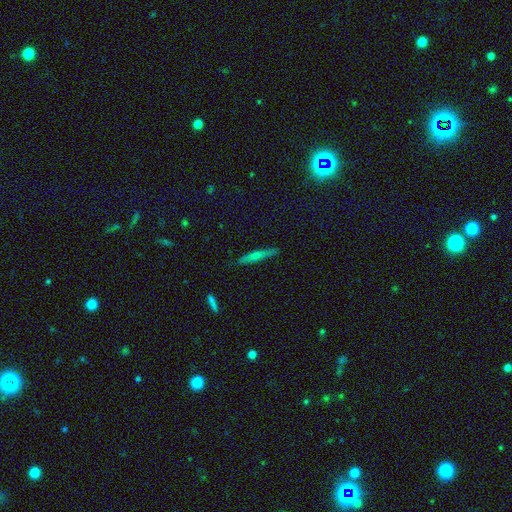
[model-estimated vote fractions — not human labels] Q: Smooth or featured?
A: smooth (58%); runner-up: featured or disk (34%)
Q: How rounded?
A: cigar-shaped (92%); runner-up: in between (6%)
Q: Merging?
A: none (84%); runner-up: minor disturbance (12%)